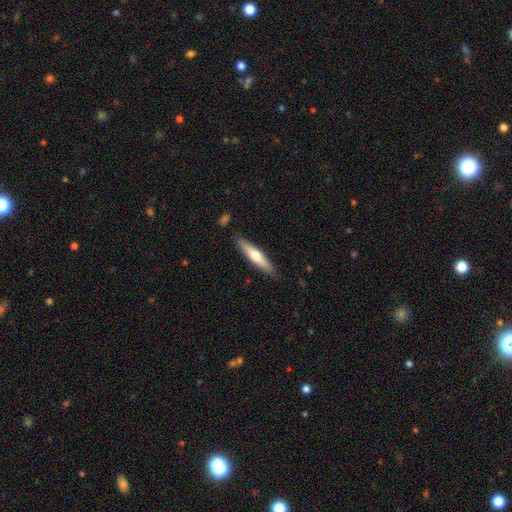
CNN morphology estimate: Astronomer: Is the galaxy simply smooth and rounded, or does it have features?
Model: smooth — 55% (runner-up: featured or disk, 40%).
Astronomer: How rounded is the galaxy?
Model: cigar-shaped — 84%.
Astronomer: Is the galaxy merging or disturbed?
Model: none — 87%.